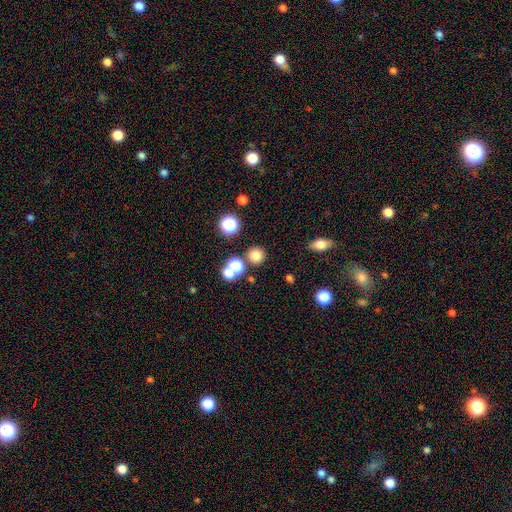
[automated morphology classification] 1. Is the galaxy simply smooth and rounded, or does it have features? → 77% smooth, 17% star or artifact, 6% featured or disk.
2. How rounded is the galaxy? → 93% round, 6% in between, 1% cigar-shaped.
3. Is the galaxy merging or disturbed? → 81% none, 8% merger, 7% minor disturbance, 3% major disturbance.